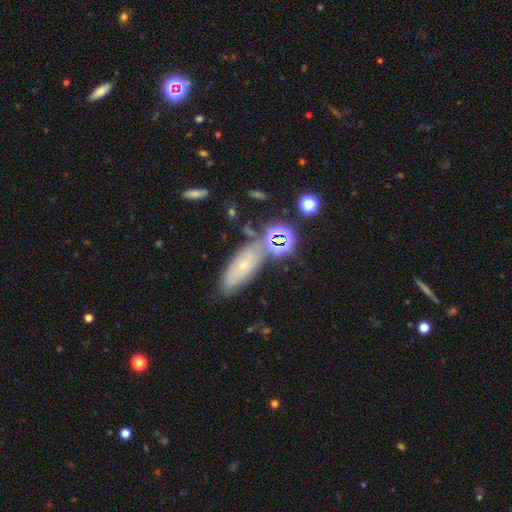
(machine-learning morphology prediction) This appears to be a smooth galaxy with no disk features (39%). Merging: none (47%).